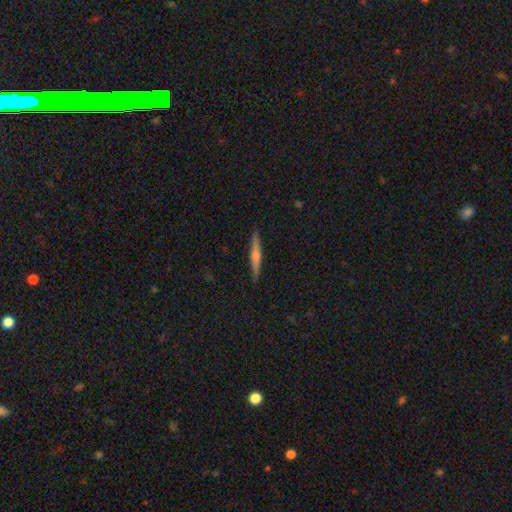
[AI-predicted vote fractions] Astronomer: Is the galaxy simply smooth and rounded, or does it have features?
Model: featured or disk — 55% (runner-up: smooth, 38%).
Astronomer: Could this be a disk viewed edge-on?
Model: yes — 97%.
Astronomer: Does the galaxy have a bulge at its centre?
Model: rounded — 68%.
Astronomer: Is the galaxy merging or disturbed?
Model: none — 91%.